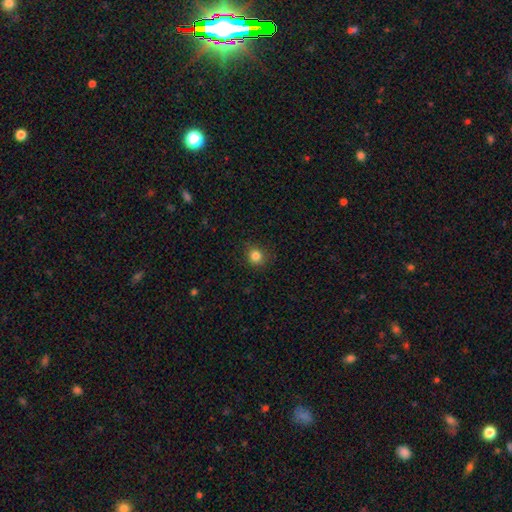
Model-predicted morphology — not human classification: Smooth or featured? Predicted: smooth (p=0.83). How rounded? Predicted: round (p=0.88). Merging? Predicted: none (p=0.88).